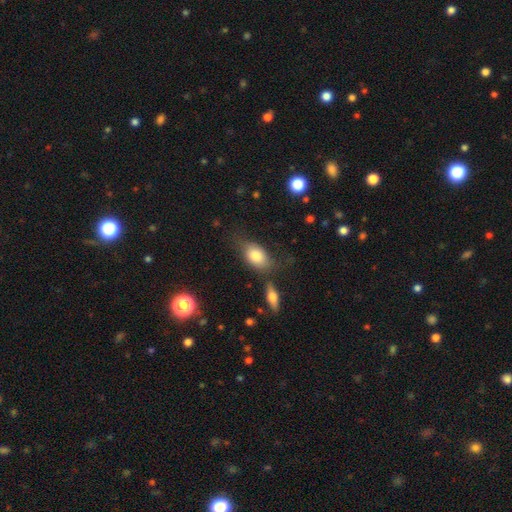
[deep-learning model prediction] smooth 77%, featured or disk 16%, star or artifact 8%. Down the decision tree: how rounded — in between (85%); merging — none (58%).